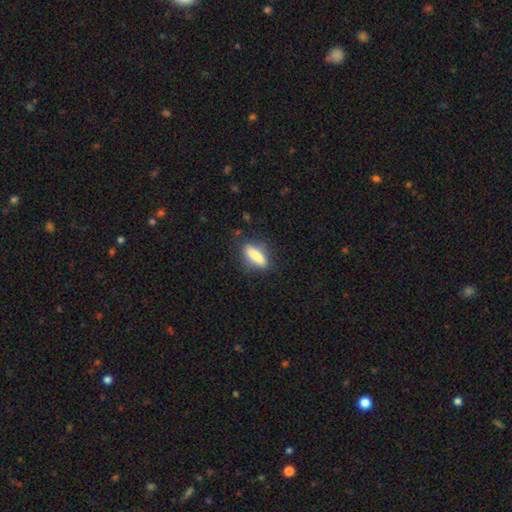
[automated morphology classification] This appears to be a smooth galaxy with no disk features (81%) that is cigar-shaped (53%). Merging: none (81%).